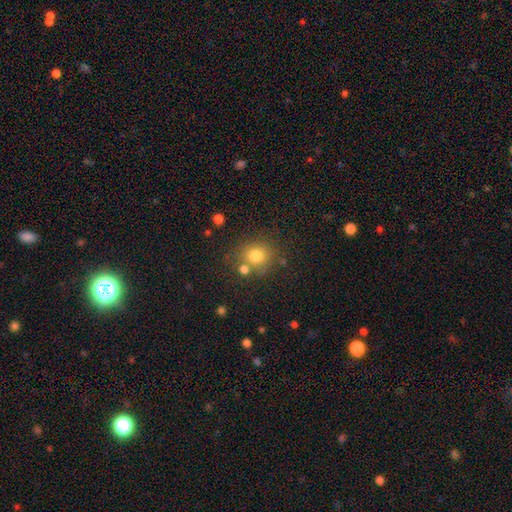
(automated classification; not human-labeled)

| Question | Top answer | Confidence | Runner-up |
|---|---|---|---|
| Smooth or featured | smooth | 77% | star or artifact (15%) |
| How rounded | round | 83% | in between (16%) |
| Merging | none | 72% | merger (14%) |